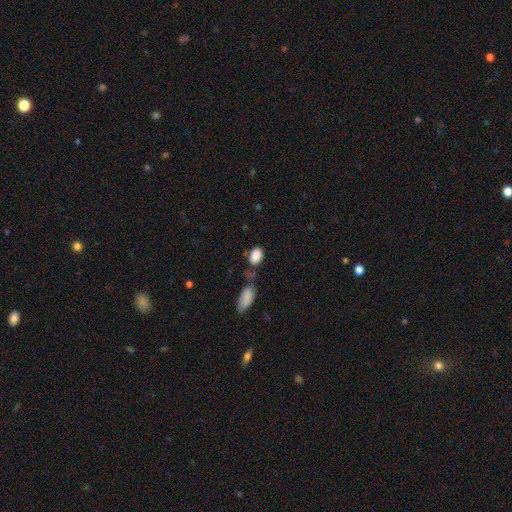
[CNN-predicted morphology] Smooth or featured: smooth — 87% (star or artifact — 8%)
How rounded: in between — 91% (round — 7%)
Merging: none — 57% (minor disturbance — 18%)